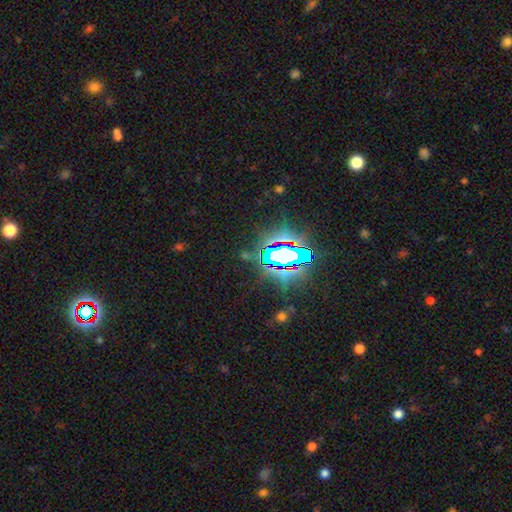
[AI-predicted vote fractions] A star or artifact, not a galaxy (77%).